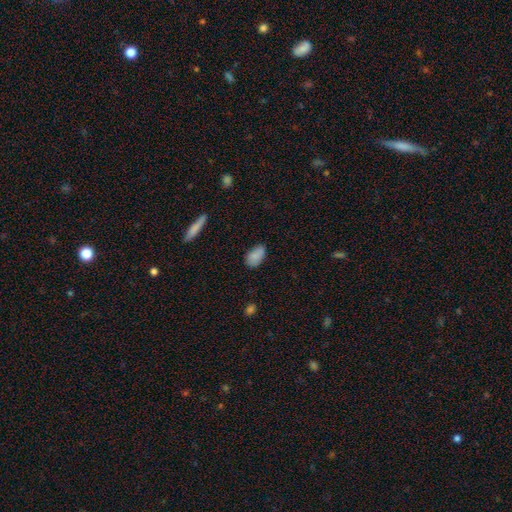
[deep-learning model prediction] Smooth or featured? smooth (85%)
How rounded? in between (92%)
Merging? none (73%)